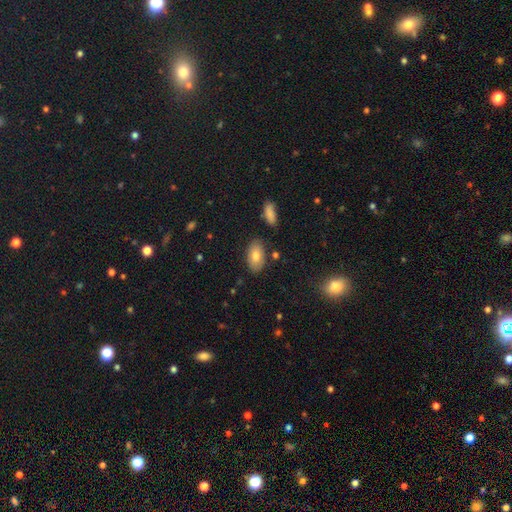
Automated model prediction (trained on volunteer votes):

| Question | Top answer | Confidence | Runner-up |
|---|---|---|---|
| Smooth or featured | smooth | 77% | featured or disk (16%) |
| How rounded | in between | 93% | round (5%) |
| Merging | none | 81% | minor disturbance (13%) |